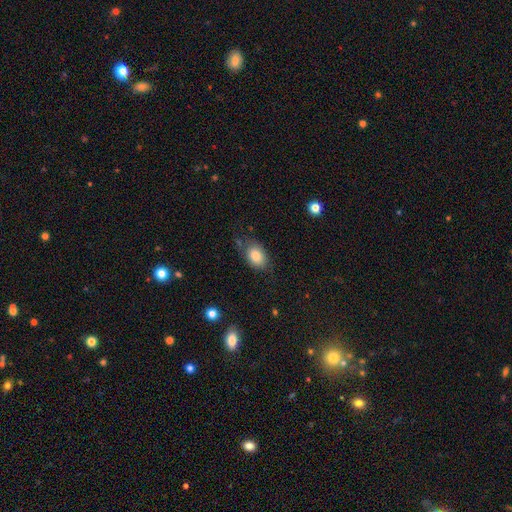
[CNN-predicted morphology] The model was most divided on "merging": none: 70%, minor disturbance: 20%, major disturbance: 6%, merger: 3%. More confident: smooth or featured — smooth (84%); how rounded — in between (81%).